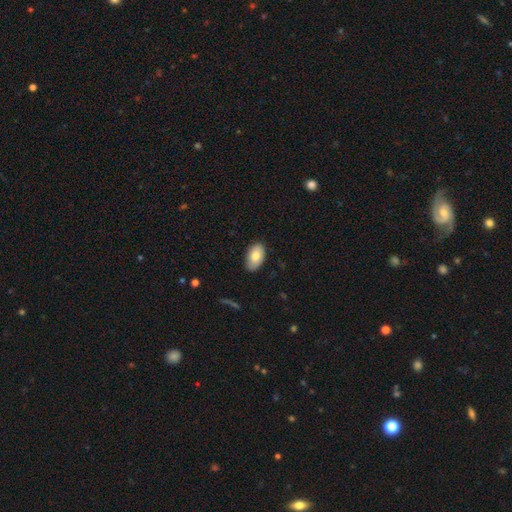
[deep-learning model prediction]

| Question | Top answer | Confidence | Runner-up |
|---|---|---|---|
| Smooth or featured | smooth | 78% | featured or disk (16%) |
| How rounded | in between | 93% | round (6%) |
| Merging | none | 83% | minor disturbance (13%) |